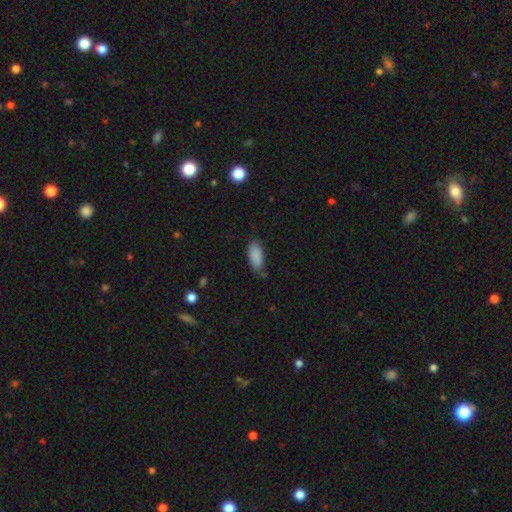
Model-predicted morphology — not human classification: This appears to be a smooth galaxy with no disk features (88%) that is in between round and cigar-shaped (88%). Merging: none (74%).